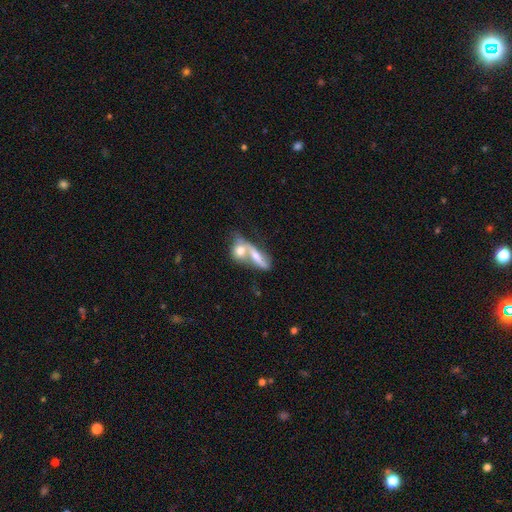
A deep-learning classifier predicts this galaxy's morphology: The model was most divided on "smooth or featured": featured or disk: 47%, smooth: 45%, star or artifact: 7%. More confident: merging — merger (66%).